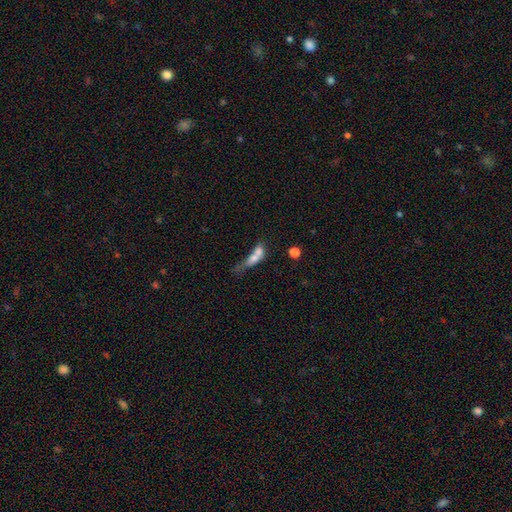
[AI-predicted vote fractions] This appears to be a smooth galaxy with no disk features (61%) that is in between round and cigar-shaped (52%). Merging: merger (58%).